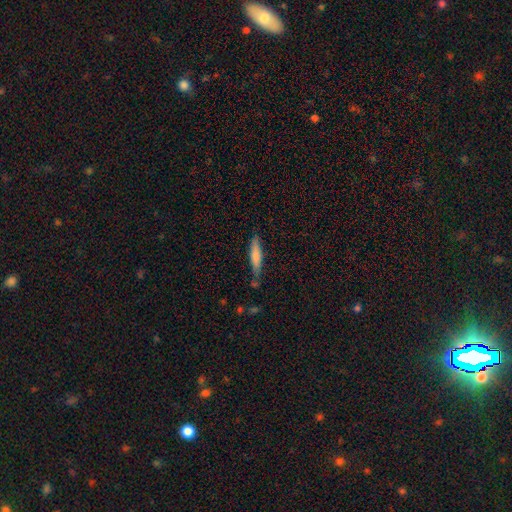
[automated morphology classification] Smooth or featured?
  - smooth: 73% *
  - featured or disk: 21%
  - star or artifact: 6%
How rounded?
  - cigar-shaped: 84% *
  - in between: 15%
  - round: 1%
Merging?
  - none: 73% *
  - minor disturbance: 19%
  - merger: 4%
  - major disturbance: 4%